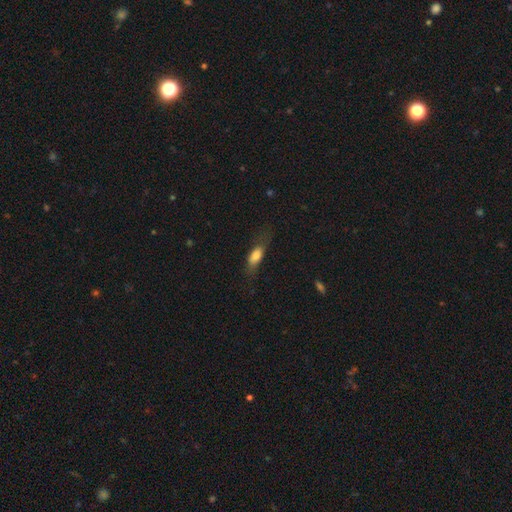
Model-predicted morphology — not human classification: Smooth or featured: smooth — 74% (featured or disk — 18%)
How rounded: in between — 69% (cigar-shaped — 27%)
Merging: none — 56% (minor disturbance — 25%)